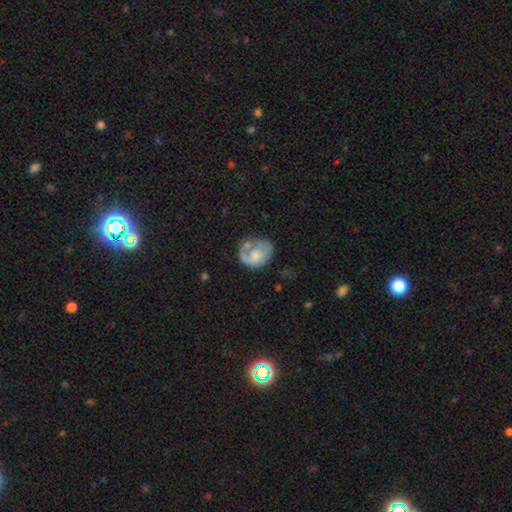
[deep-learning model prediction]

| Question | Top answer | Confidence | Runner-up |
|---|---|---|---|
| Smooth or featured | smooth | 49% | featured or disk (44%) |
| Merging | none | 40% | minor disturbance (24%) |